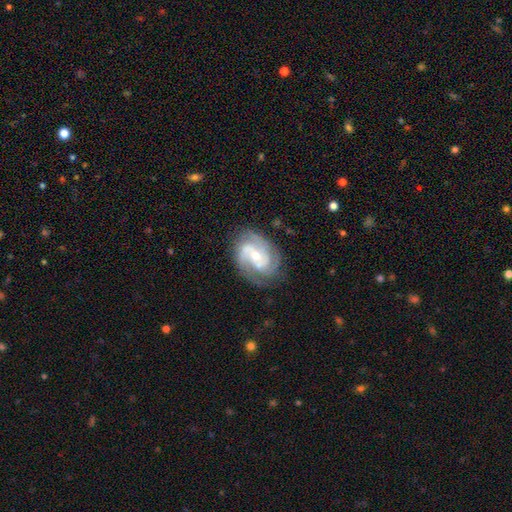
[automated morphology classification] Smooth or featured?
  - featured or disk: 88% *
  - smooth: 7%
  - star or artifact: 5%
Edge-on disk?
  - no: 97% *
  - yes: 3%
Bar?
  - no: 49% *
  - weak: 38%
  - strong: 13%
Spiral arms?
  - yes: 97% *
  - no: 3%
Spiral winding?
  - tight: 48% *
  - medium: 43%
  - loose: 9%
Spiral arm count?
  - 3: 40% *
  - 2: 34%
  - can't tell: 12%
  - 4: 7%
  - 1: 4%
  - more than 4: 4%
Bulge size?
  - small: 53% *
  - moderate: 43%
  - large: 2%
  - none: 1%
  - dominant: 1%
Merging?
  - none: 73% *
  - minor disturbance: 18%
  - major disturbance: 7%
  - merger: 2%